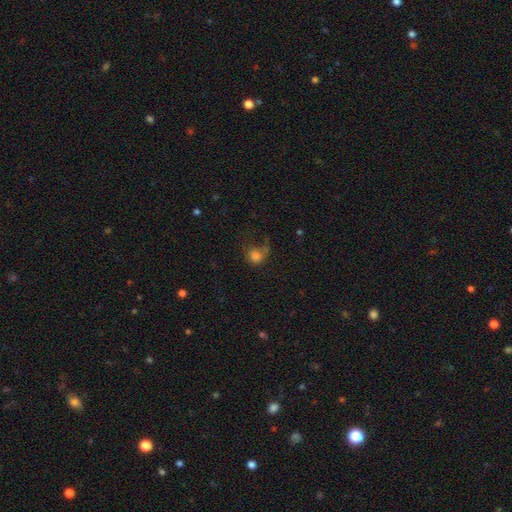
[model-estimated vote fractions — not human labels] smooth_or_featured: smooth (p=0.75) [alt: star or artifact p=0.13]
how_rounded: round (p=0.70) [alt: in between p=0.29]
merging: major disturbance (p=0.40) [alt: none p=0.31]